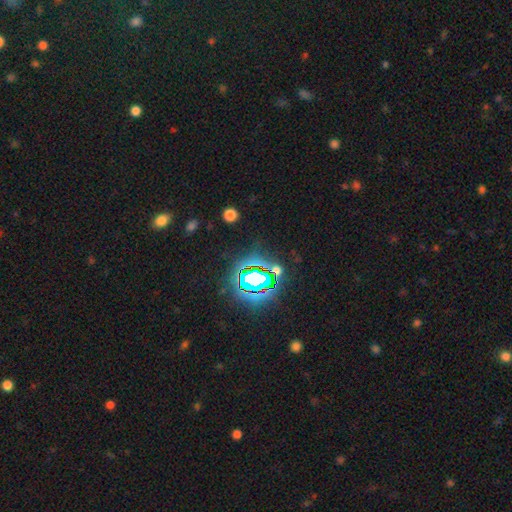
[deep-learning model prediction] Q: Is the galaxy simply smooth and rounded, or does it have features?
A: star or artifact — 79%.